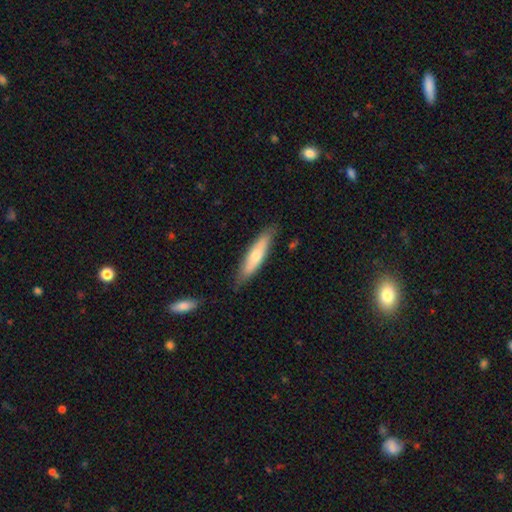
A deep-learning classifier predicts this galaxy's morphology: This appears to be a smooth galaxy with no disk features (60%) that is cigar-shaped (77%). Merging: none (80%).